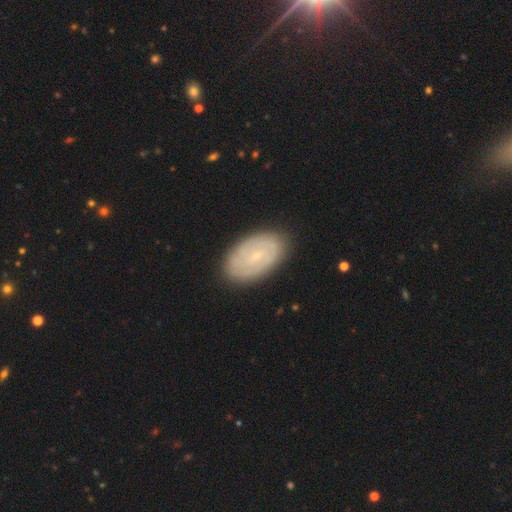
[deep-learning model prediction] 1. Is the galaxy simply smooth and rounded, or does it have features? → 60% featured or disk, 33% smooth, 7% star or artifact.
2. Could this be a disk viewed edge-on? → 95% no, 5% yes.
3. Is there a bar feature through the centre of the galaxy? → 54% no, 37% weak, 9% strong.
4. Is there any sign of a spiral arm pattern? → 70% yes, 30% no.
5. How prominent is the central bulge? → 80% small, 14% moderate, 4% none, 1% large, 1% dominant.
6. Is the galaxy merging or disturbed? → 86% none, 10% minor disturbance, 2% major disturbance, 1% merger.